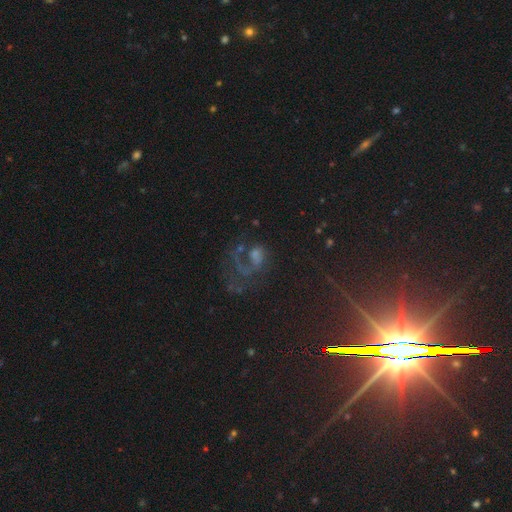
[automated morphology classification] smooth-or-featured: featured or disk: 51% | star or artifact: 30% | smooth: 19%
  disk-edge-on: no: 97% | yes: 3%
  merging: major disturbance: 41% | none: 36% | minor disturbance: 14% | merger: 9%